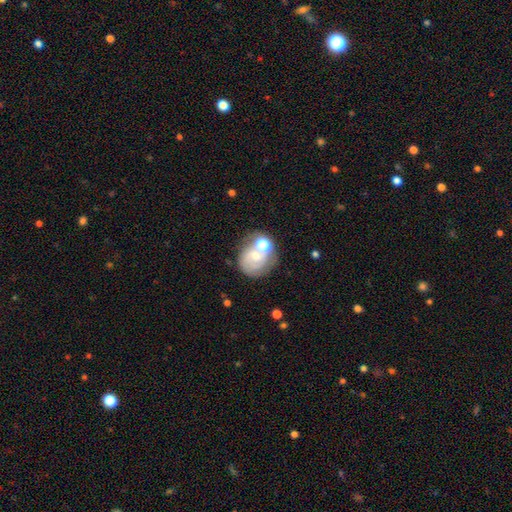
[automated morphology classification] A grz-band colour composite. It shows a featured or disk galaxy (50%). Merging: none (40%).